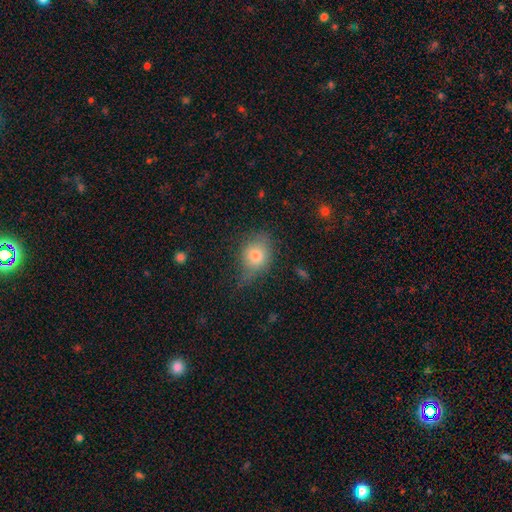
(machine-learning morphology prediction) Smooth or featured? Predicted: smooth (p=0.76). How rounded? Predicted: round (p=0.52). Merging? Predicted: none (p=0.51).